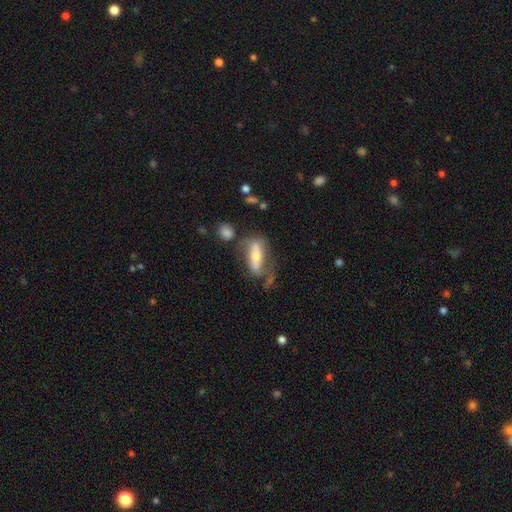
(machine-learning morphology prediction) Smooth or featured? Predicted: featured or disk (p=0.49). Merging? Predicted: none (p=0.41).